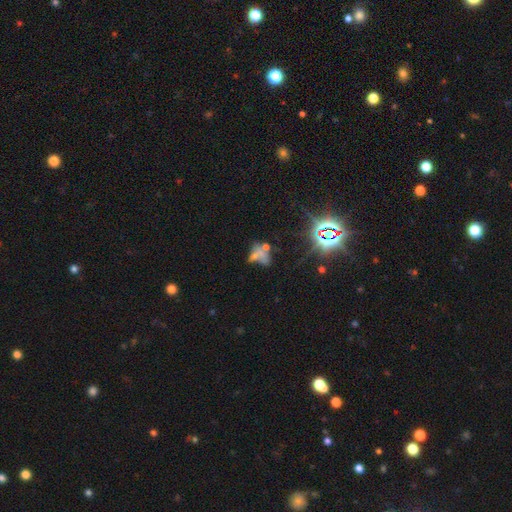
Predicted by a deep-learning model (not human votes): Q: Smooth or featured?
A: smooth (40%); runner-up: star or artifact (31%)
Q: Merging?
A: merger (35%); runner-up: none (26%)